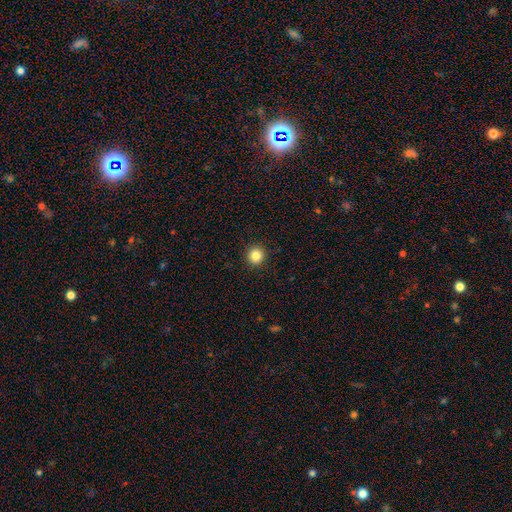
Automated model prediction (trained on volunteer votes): The model was most divided on "smooth or featured": smooth: 84%, star or artifact: 11%, featured or disk: 4%. More confident: how rounded — round (95%); merging — none (93%).